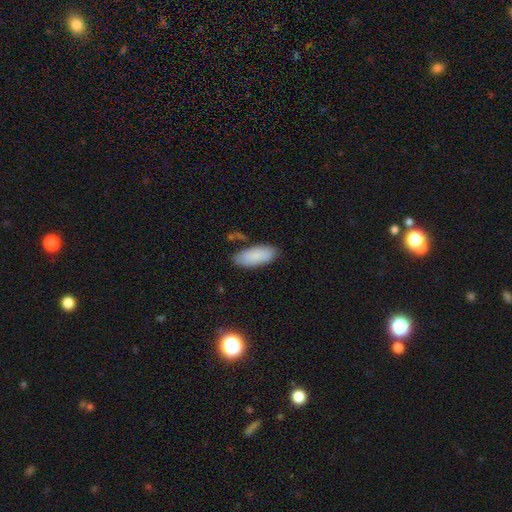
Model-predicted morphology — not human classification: The model was most divided on "how rounded": in between: 79%, cigar-shaped: 19%, round: 2%. More confident: smooth or featured — smooth (85%); merging — none (79%).